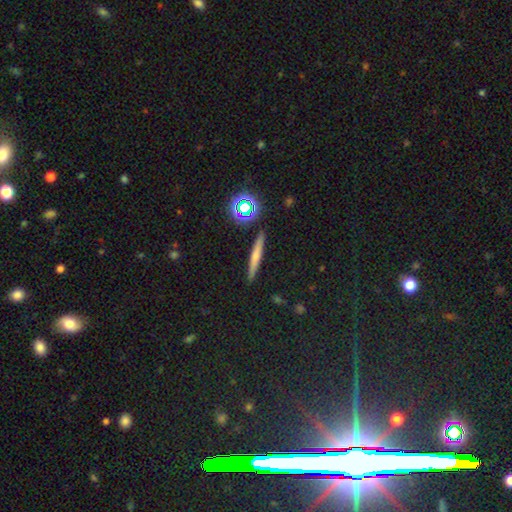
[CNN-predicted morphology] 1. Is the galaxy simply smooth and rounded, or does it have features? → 55% smooth, 33% featured or disk, 12% star or artifact.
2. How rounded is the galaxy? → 91% cigar-shaped, 5% in between, 4% round.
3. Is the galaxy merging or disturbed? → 89% none, 7% minor disturbance, 2% merger, 2% major disturbance.